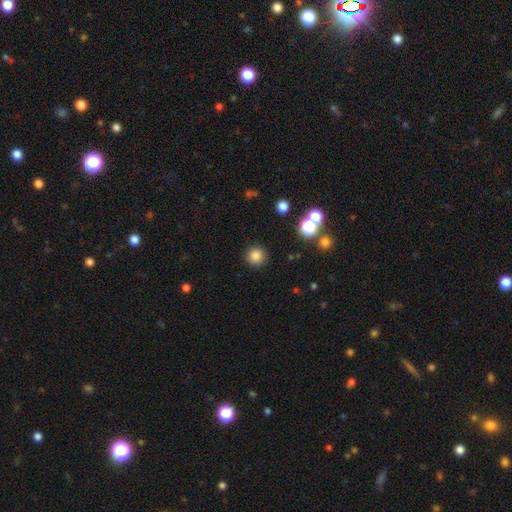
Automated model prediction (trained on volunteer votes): Q: Smooth or featured?
A: smooth (83%); runner-up: star or artifact (13%)
Q: How rounded?
A: round (94%); runner-up: in between (5%)
Q: Merging?
A: none (89%); runner-up: minor disturbance (6%)